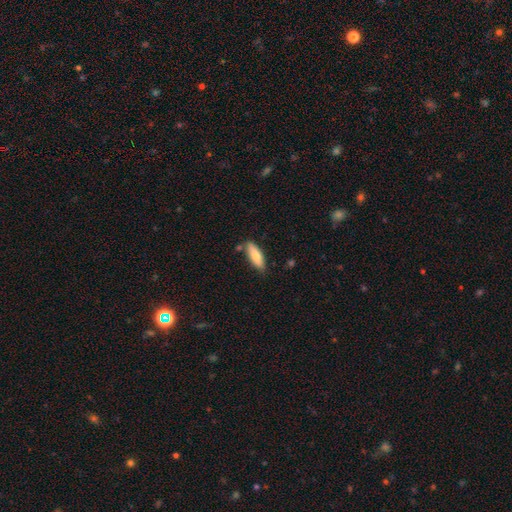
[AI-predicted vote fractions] The model was most divided on "how rounded": in between: 63%, cigar-shaped: 35%, round: 2%. More confident: merging — none (77%); smooth or featured — smooth (76%).